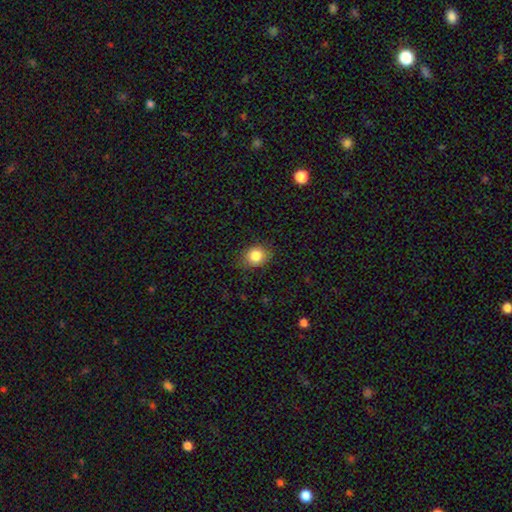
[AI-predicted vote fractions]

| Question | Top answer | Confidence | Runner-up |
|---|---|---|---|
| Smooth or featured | smooth | 84% | star or artifact (10%) |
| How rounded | round | 55% | in between (44%) |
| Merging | none | 81% | minor disturbance (14%) |